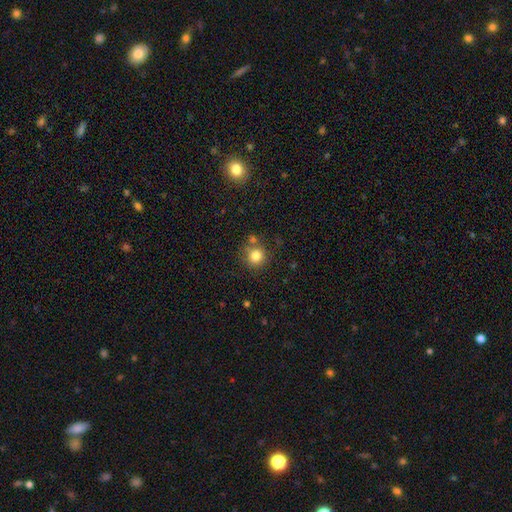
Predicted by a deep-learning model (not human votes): Smooth or featured? Predicted: smooth (p=0.81). How rounded? Predicted: round (p=0.91). Merging? Predicted: none (p=0.72).